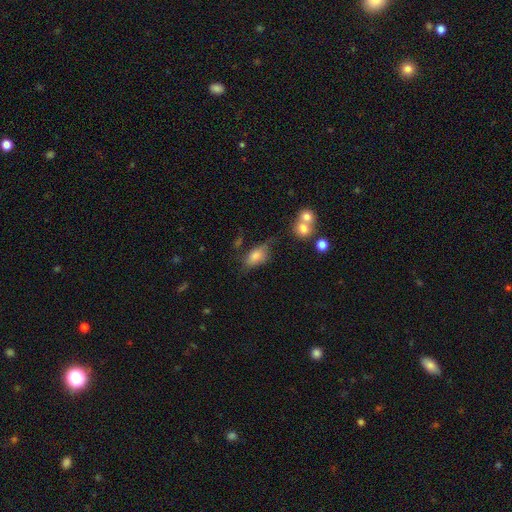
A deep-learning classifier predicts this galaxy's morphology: smooth_or_featured: smooth (p=0.75) [alt: featured or disk p=0.15]
how_rounded: in between (p=0.87) [alt: round p=0.08]
merging: none (p=0.48) [alt: minor disturbance p=0.30]